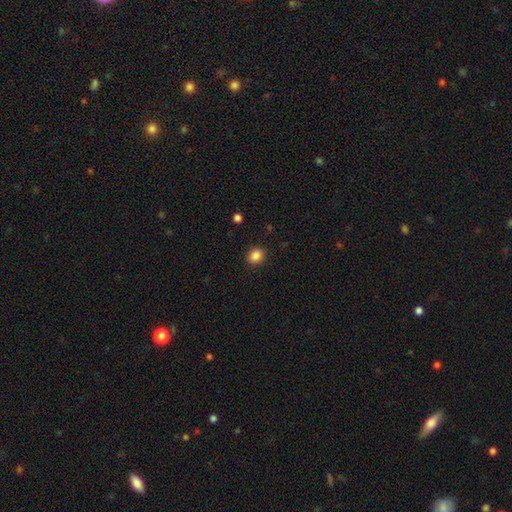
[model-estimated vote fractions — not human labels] Overall: smooth (86%). How rounded: round (72%). Merging: none (90%).